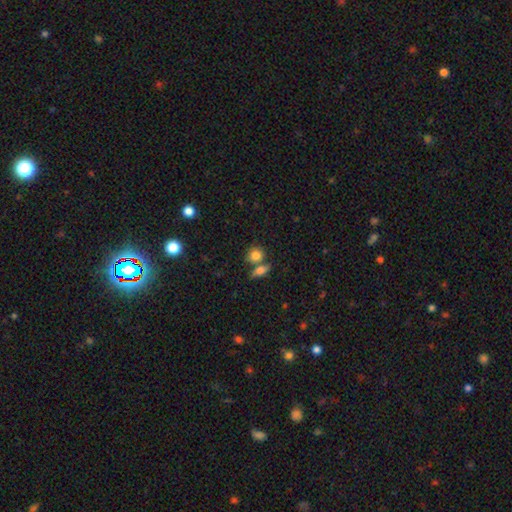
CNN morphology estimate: type=smooth (82%); roundness=round (66%); merging=none (54%).